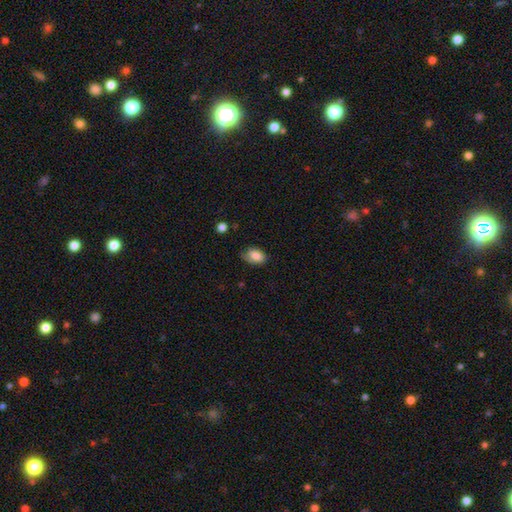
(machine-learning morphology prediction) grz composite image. It shows a smooth galaxy with no disk features (77%) that is in between round and cigar-shaped (90%). Merging: none (52%).